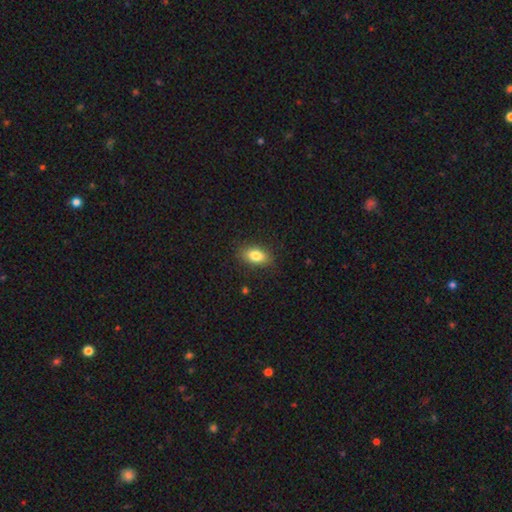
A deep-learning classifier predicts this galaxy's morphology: Q: Smooth or featured?
A: smooth (83%); runner-up: featured or disk (9%)
Q: How rounded?
A: in between (88%); runner-up: round (8%)
Q: Merging?
A: none (85%); runner-up: minor disturbance (11%)